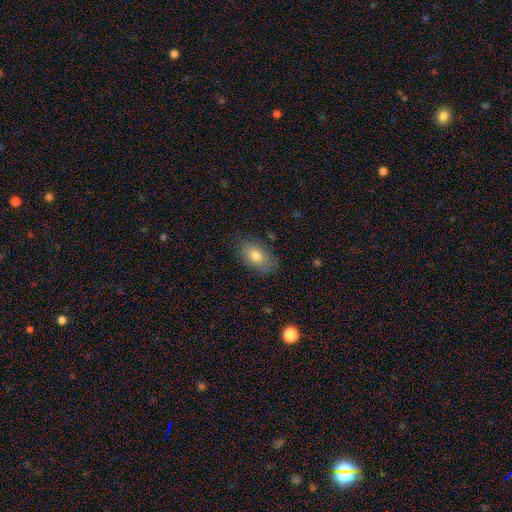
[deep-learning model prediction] Smooth or featured?
  - smooth: 76% *
  - featured or disk: 16%
  - star or artifact: 8%
How rounded?
  - in between: 89% *
  - round: 9%
  - cigar-shaped: 2%
Merging?
  - none: 77% *
  - minor disturbance: 18%
  - major disturbance: 4%
  - merger: 1%